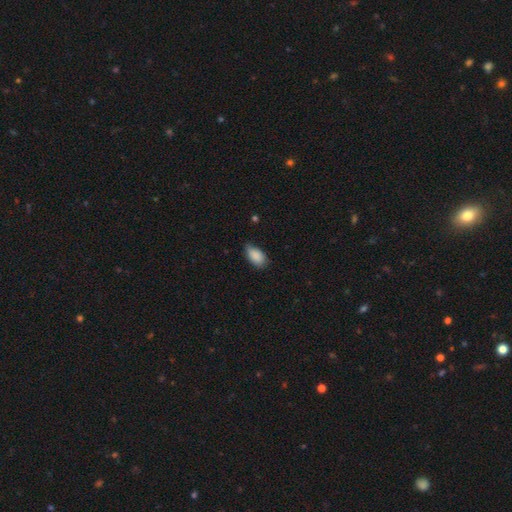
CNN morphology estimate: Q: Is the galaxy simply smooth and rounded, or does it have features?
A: smooth — 88%.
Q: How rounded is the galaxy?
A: in between — 93%.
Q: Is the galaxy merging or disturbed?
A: none — 66%.